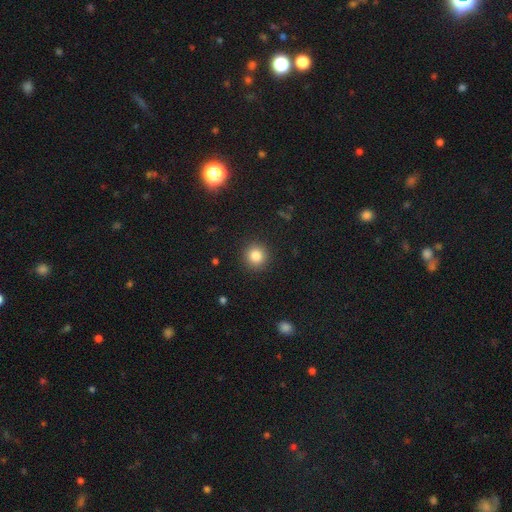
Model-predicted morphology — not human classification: Smooth or featured? Predicted: smooth (p=0.83). How rounded? Predicted: round (p=0.94). Merging? Predicted: none (p=0.91).